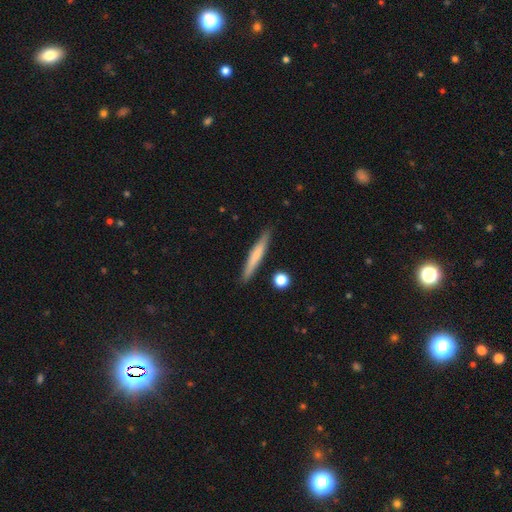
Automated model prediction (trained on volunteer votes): Overall: smooth (65%; featured or disk 29%). How rounded: cigar-shaped (95%). Merging: none (88%).